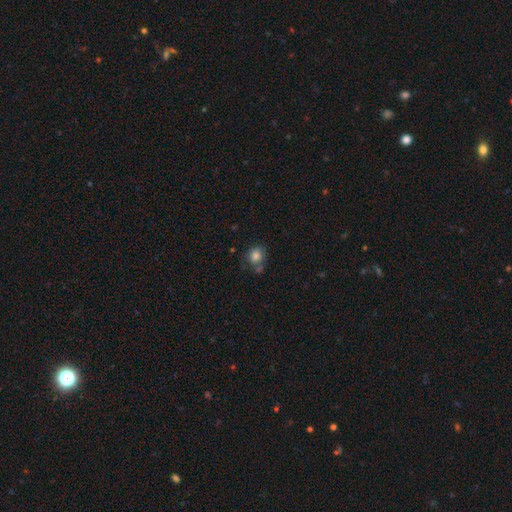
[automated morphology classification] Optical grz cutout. It shows a smooth galaxy with no disk features (80%) that is round (71%). Merging: none (54%).